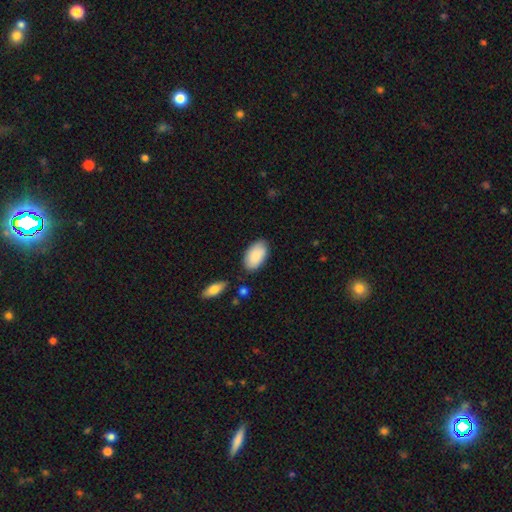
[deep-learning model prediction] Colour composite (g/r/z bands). It shows a smooth galaxy with no disk features (86%) that is in between round and cigar-shaped (95%). Merging: none (80%).